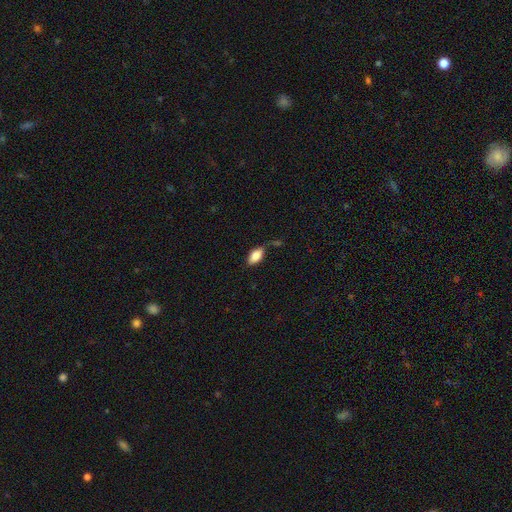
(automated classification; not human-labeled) Q: Smooth or featured?
A: smooth (84%); runner-up: featured or disk (9%)
Q: How rounded?
A: in between (92%); runner-up: cigar-shaped (5%)
Q: Merging?
A: none (64%); runner-up: minor disturbance (23%)